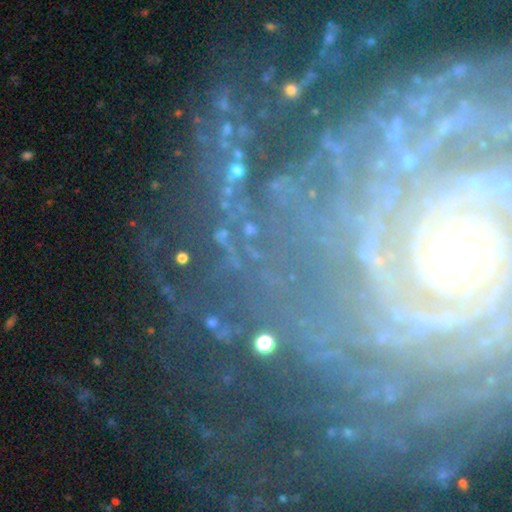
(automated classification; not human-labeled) smooth-or-featured: featured or disk: 53% | star or artifact: 35% | smooth: 12%
  disk-edge-on: no: 90% | yes: 10%
  merging: none: 68% | minor disturbance: 15% | major disturbance: 12% | merger: 5%